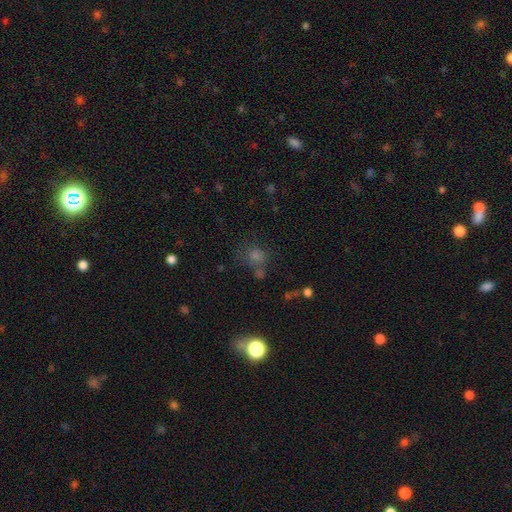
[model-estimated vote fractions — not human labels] Overall: smooth (58%; star or artifact 32%). How rounded: round (80%). Merging: none (63%).